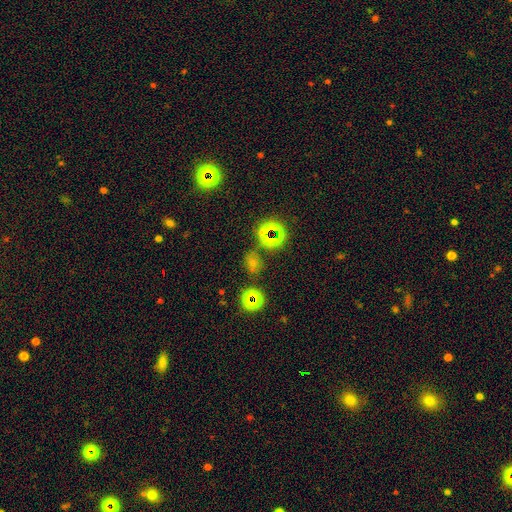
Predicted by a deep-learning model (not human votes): Q: Smooth or featured?
A: star or artifact (70%); runner-up: smooth (18%)